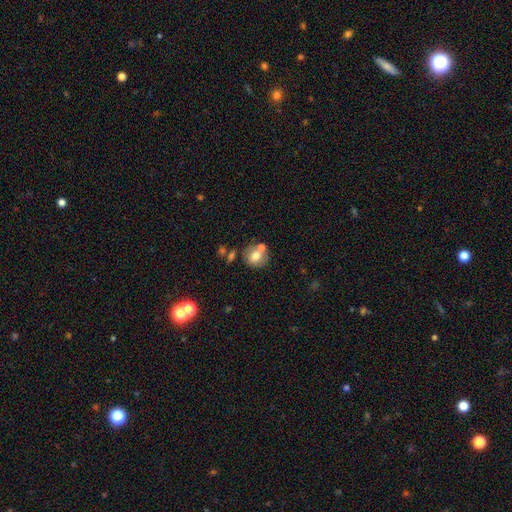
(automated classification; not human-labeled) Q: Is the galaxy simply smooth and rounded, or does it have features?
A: smooth — 71%.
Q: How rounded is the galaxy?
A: round — 82%.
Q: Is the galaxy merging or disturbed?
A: none — 57%.